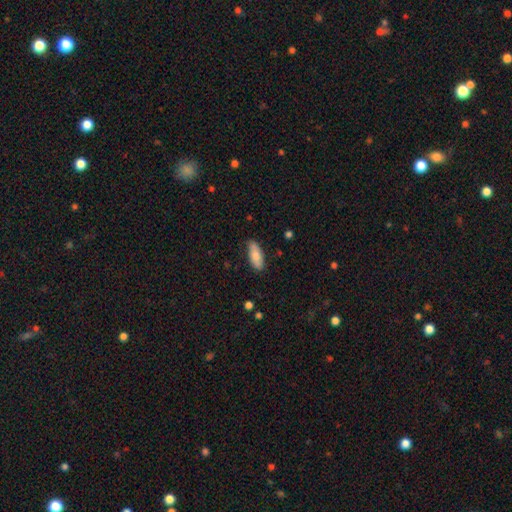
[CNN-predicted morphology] type=smooth (77%); roundness=in between (78%); merging=none (82%).